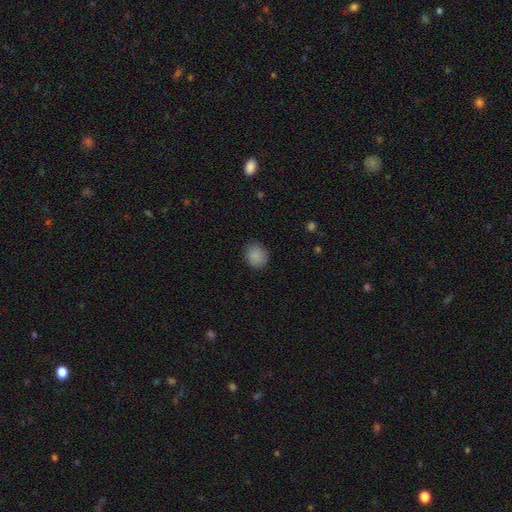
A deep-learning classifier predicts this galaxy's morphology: Smooth or featured? Predicted: smooth (p=0.87). How rounded? Predicted: round (p=0.78). Merging? Predicted: none (p=0.87).